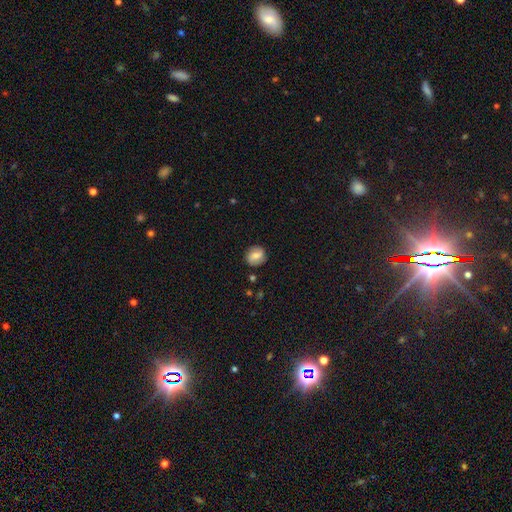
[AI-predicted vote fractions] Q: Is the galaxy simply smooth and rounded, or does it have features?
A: smooth — 56%.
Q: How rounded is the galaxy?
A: round — 79%.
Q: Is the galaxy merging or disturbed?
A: none — 85%.